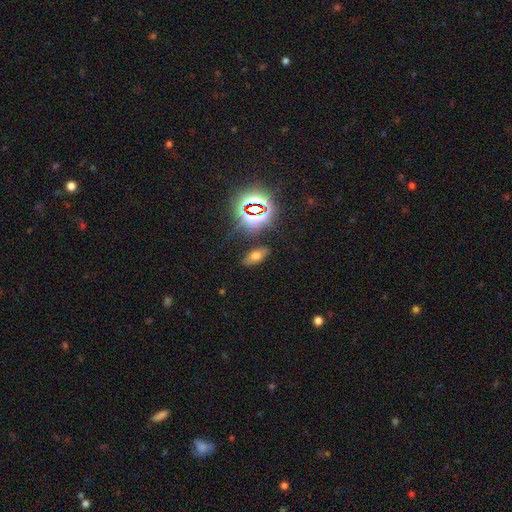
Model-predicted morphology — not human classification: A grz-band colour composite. It shows a smooth galaxy with no disk features (56%) that is in between round and cigar-shaped (85%). Merging: none (83%).